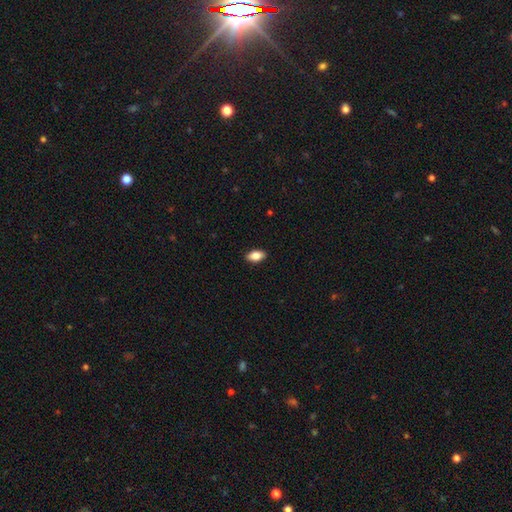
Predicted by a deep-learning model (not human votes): Smooth or featured? Predicted: smooth (p=0.83). How rounded? Predicted: in between (p=0.91). Merging? Predicted: none (p=0.89).